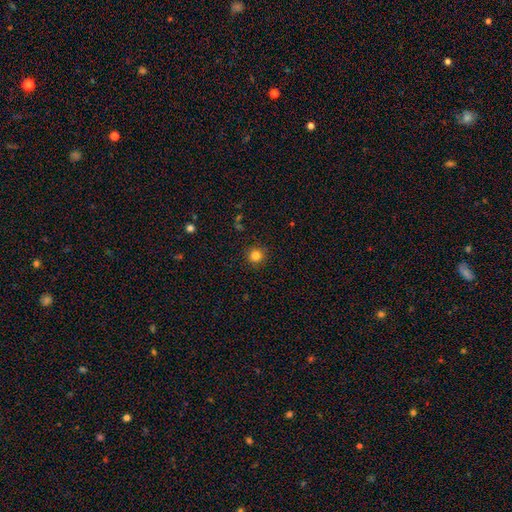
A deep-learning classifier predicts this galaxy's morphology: A smooth galaxy with no disk features (82%) that is round (94%). Merging: none (91%).